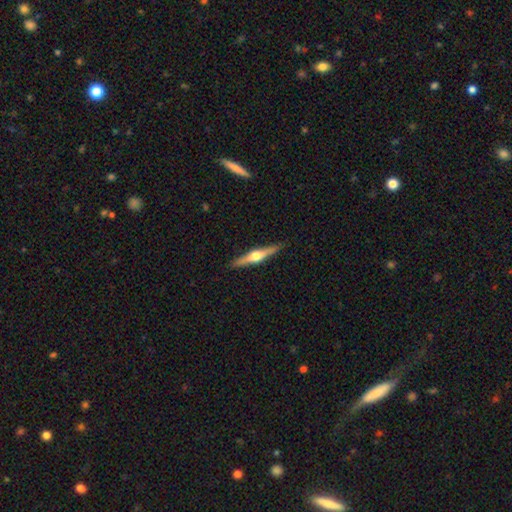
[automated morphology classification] Smooth or featured? Predicted: featured or disk (p=0.73). Edge-on disk? Predicted: yes (p=0.98). Edge-on bulge? Predicted: rounded (p=0.95). Merging? Predicted: none (p=0.91).